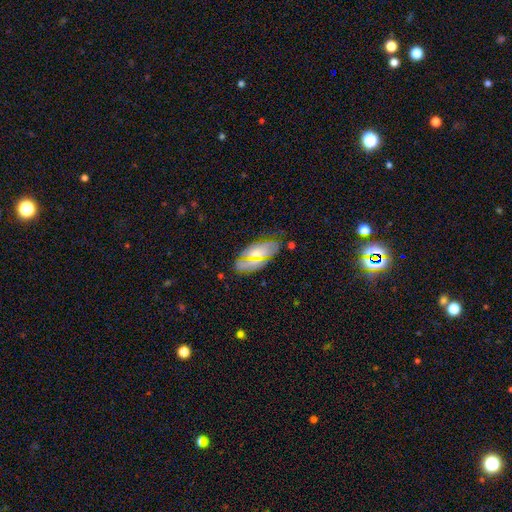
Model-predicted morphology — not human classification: The model was most divided on "smooth or featured": smooth: 51%, featured or disk: 36%, star or artifact: 13%. More confident: how rounded — in between (86%); merging — none (73%).